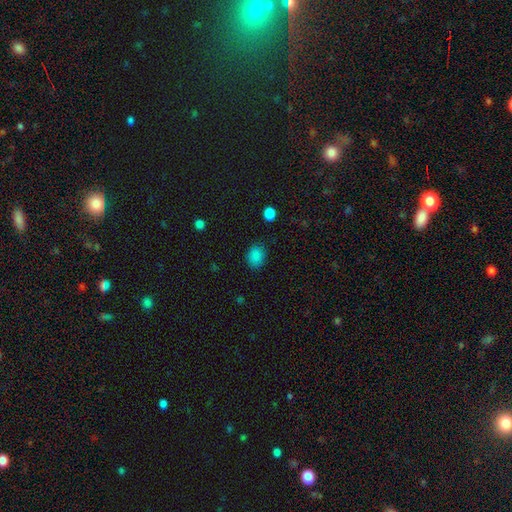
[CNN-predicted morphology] Overall: smooth (85%). How rounded: in between (57%; round 42%). Merging: none (82%).